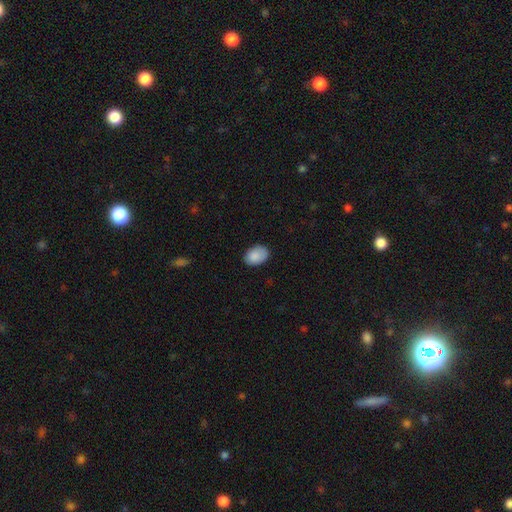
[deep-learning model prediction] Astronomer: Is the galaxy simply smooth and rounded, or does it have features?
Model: smooth — 88%.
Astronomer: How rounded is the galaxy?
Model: in between — 82%.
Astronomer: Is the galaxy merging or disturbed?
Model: none — 79%.